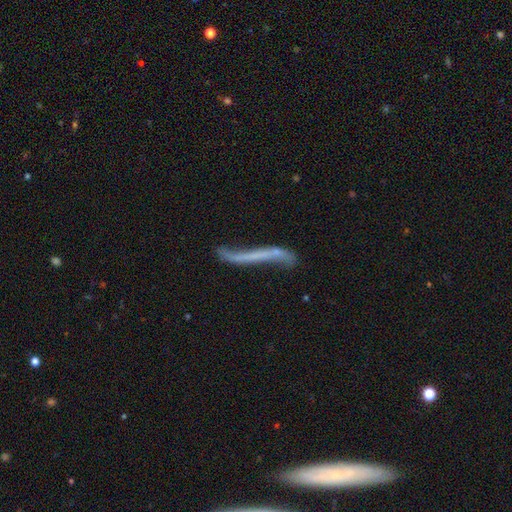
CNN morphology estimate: The model was most divided on "edge-on disk": no: 57%, yes: 43%. Remaining: smooth or featured — featured or disk (66%); merging — none (41%).